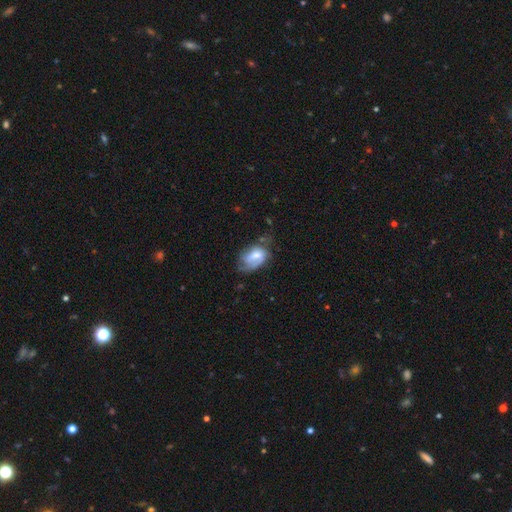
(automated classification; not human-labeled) smooth-or-featured: featured or disk: 53% | smooth: 40% | star or artifact: 7%
  disk-edge-on: no: 95% | yes: 5%
    bar: weak: 45% | no: 39% | strong: 16%
    has-spiral-arms: yes: 74% | no: 26%
    bulge-size: moderate: 53% | small: 25% | large: 14% | none: 6% | dominant: 2%
  merging: none: 40% | minor disturbance: 31% | major disturbance: 26% | merger: 4%